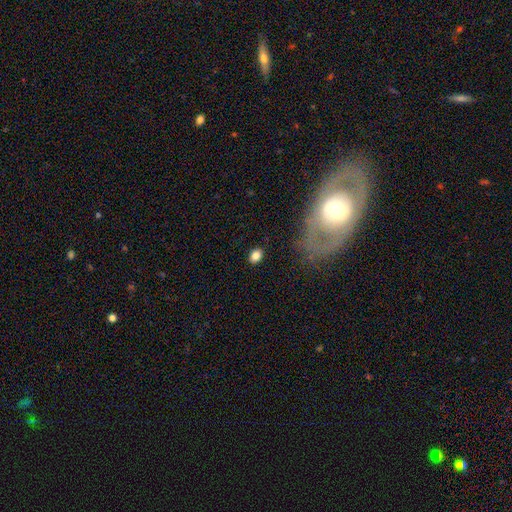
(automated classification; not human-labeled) Smooth or featured: smooth — 83% (star or artifact — 10%)
How rounded: in between — 70% (round — 29%)
Merging: none — 87% (minor disturbance — 9%)